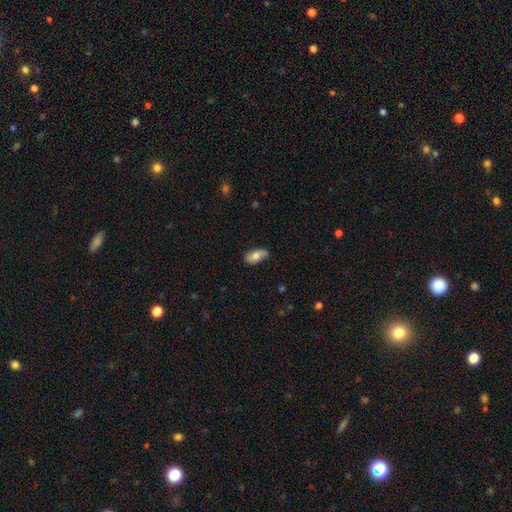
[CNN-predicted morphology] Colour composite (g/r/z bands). It shows a smooth galaxy with no disk features (66%) that is in between round and cigar-shaped (91%). Merging: none (75%).